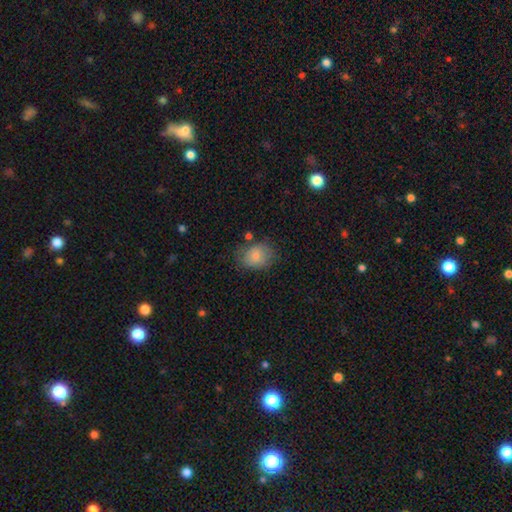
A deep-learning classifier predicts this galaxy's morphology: type=smooth (74%); roundness=in between (56%); merging=none (73%).